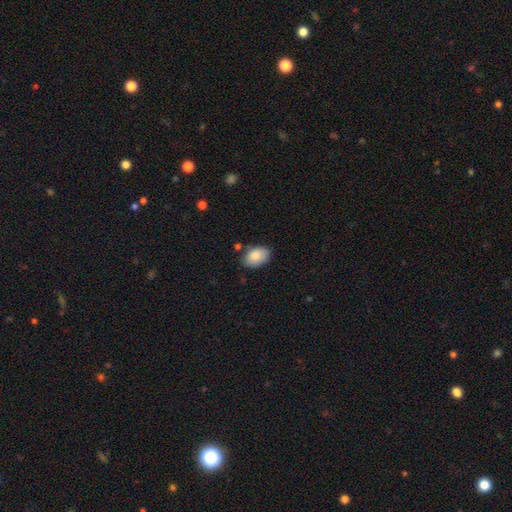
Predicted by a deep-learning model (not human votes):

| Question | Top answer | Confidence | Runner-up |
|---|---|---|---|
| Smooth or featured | smooth | 86% | featured or disk (7%) |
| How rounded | in between | 89% | round (9%) |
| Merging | none | 79% | minor disturbance (15%) |